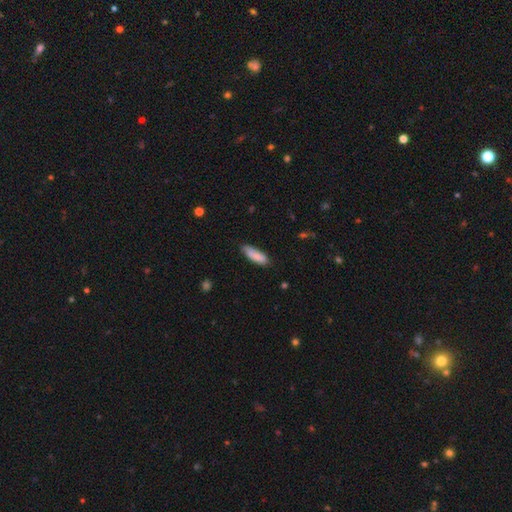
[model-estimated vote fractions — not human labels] smooth 85%, featured or disk 9%, star or artifact 6%. Down the decision tree: how rounded — in between (56%); merging — none (75%).